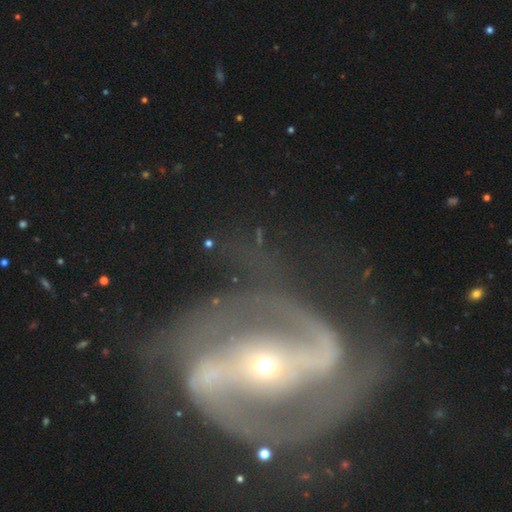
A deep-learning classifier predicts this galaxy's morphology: type=featured or disk (90%); edge-on=no (97%); bar=strong (64%); spiral arms=yes (97%); winding=medium (55%); arm count=2 (89%); bulge=small (79%); merging=none (68%).